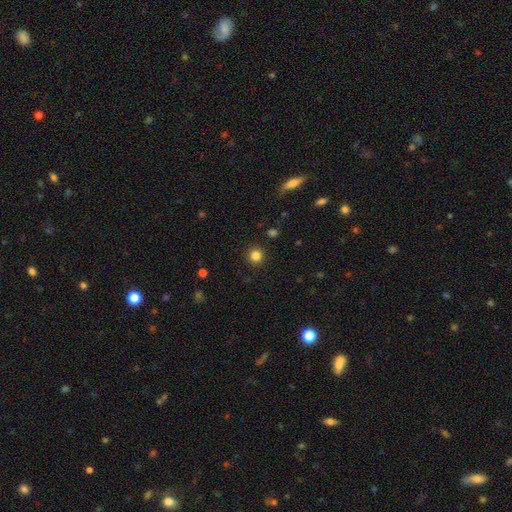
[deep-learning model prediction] Q: Smooth or featured?
A: smooth (83%); runner-up: star or artifact (13%)
Q: How rounded?
A: round (94%); runner-up: in between (5%)
Q: Merging?
A: none (92%); runner-up: minor disturbance (5%)